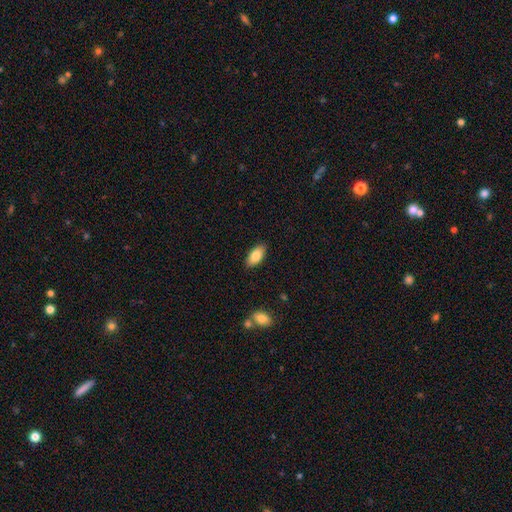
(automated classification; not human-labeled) A smooth galaxy with no disk features (84%) that is in between round and cigar-shaped (90%). Merging: none (87%).